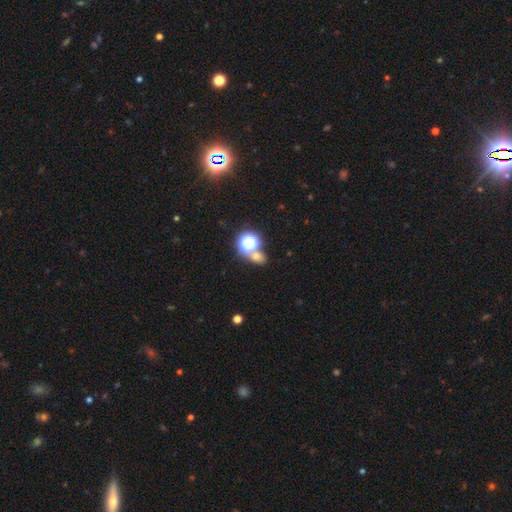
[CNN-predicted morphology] smooth_or_featured: smooth (p=0.55) [alt: star or artifact p=0.36]
how_rounded: round (p=0.61) [alt: in between p=0.37]
merging: none (p=0.59) [alt: merger p=0.27]